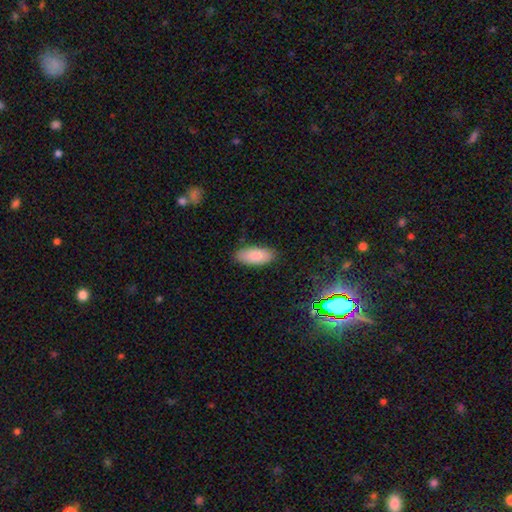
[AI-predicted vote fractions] This is clearly a smooth galaxy (87%). How rounded: clearly in between (88%). Merging: clearly none (86%).